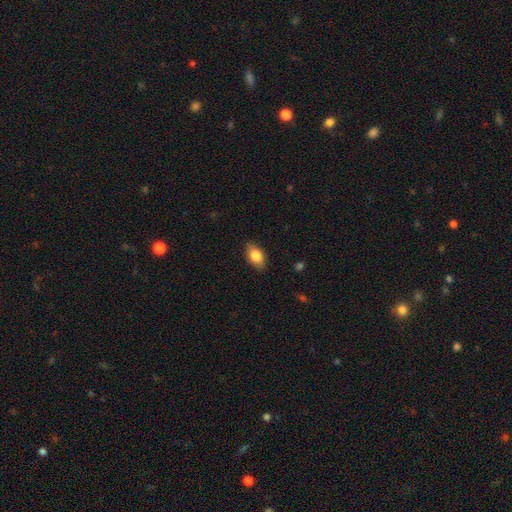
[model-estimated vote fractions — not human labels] Q: Smooth or featured?
A: smooth (82%); runner-up: featured or disk (11%)
Q: How rounded?
A: in between (88%); runner-up: round (9%)
Q: Merging?
A: none (85%); runner-up: minor disturbance (11%)